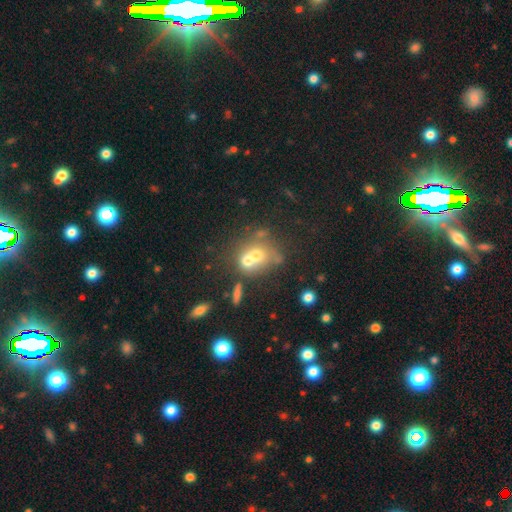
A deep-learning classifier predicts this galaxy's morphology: This appears to be a smooth galaxy with no disk features (58%) that is round (71%). Merging: merger (61%).